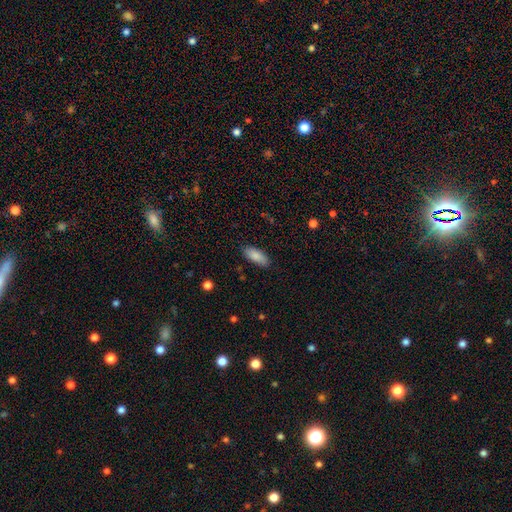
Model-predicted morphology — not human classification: smooth-or-featured: smooth: 87% | featured or disk: 7% | star or artifact: 6%
  how-rounded: in between: 82% | cigar-shaped: 16% | round: 2%
  merging: none: 86% | minor disturbance: 11% | major disturbance: 2% | merger: 1%